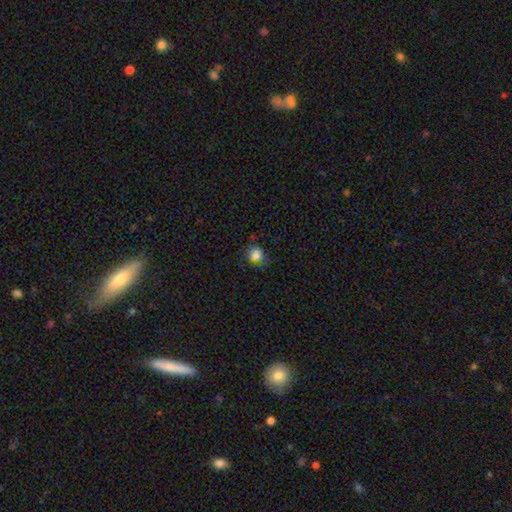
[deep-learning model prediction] Smooth or featured: smooth — 79% (star or artifact — 14%)
How rounded: round — 77% (in between — 22%)
Merging: none — 72% (minor disturbance — 20%)